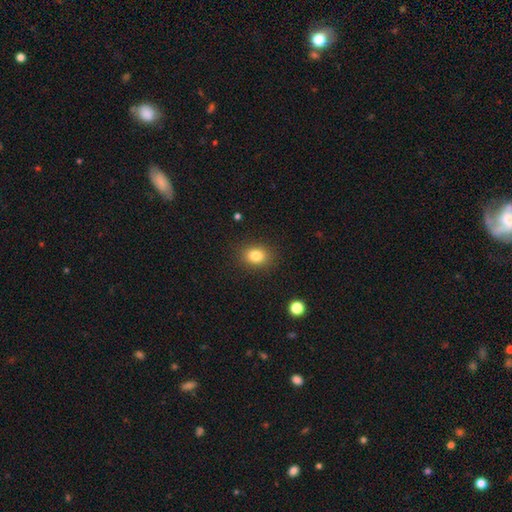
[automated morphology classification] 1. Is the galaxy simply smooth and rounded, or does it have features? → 82% smooth, 11% star or artifact, 7% featured or disk.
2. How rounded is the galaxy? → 51% in between, 48% round, 1% cigar-shaped.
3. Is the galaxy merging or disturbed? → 88% none, 9% minor disturbance, 3% major disturbance, 1% merger.